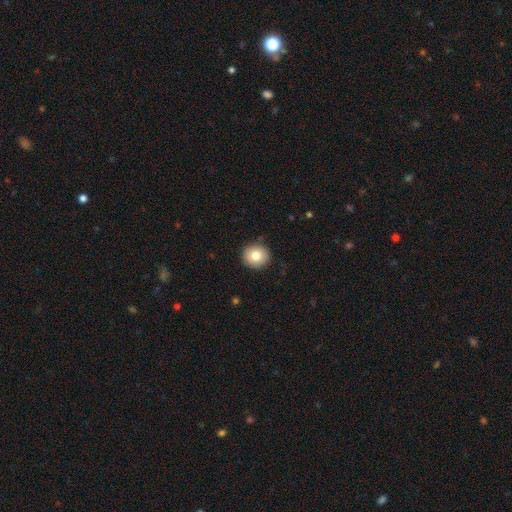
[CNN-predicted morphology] smooth 80%, featured or disk 11%, star or artifact 9%. Down the decision tree: how rounded — round (90%); merging — none (89%).